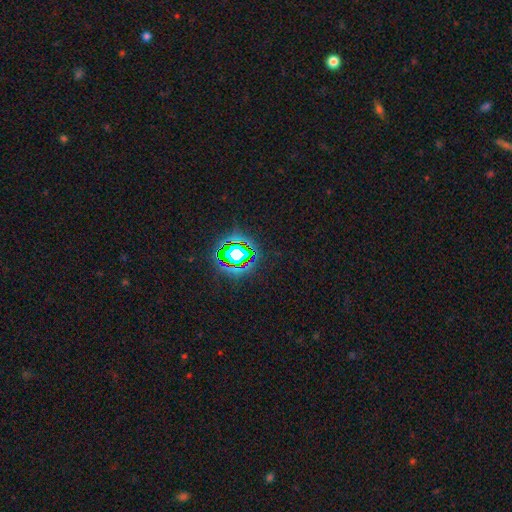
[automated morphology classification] The model was most divided on "smooth or featured": star or artifact: 79%, smooth: 13%, featured or disk: 8%.